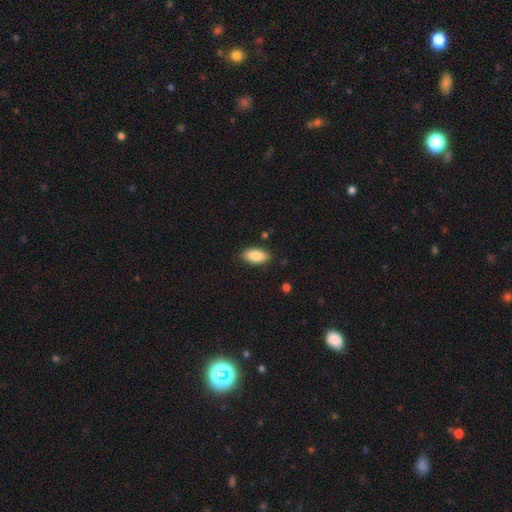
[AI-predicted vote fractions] This is clearly a smooth galaxy (89%). How rounded: clearly in between (91%). Merging: clearly none (86%).